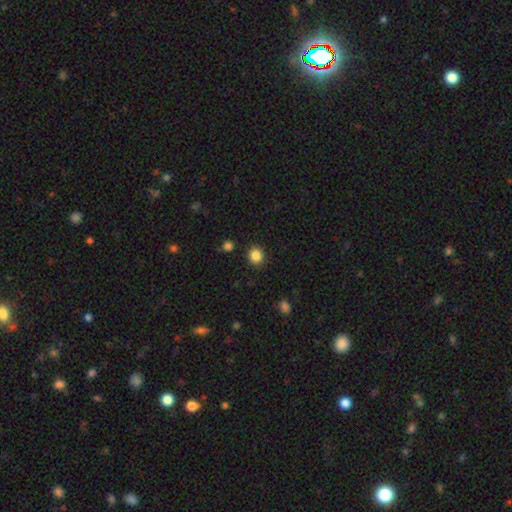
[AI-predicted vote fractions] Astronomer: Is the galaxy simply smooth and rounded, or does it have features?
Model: smooth — 86%.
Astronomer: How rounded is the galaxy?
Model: round — 82%.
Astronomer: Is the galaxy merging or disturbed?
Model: none — 90%.